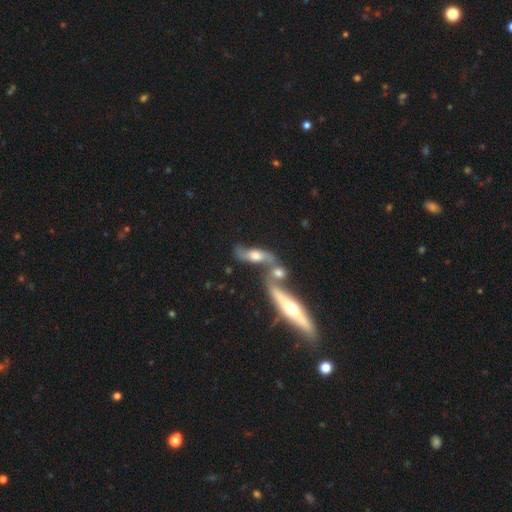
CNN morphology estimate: Smooth or featured? featured or disk (64%)
Edge-on disk? no (67%)
Merging? merger (52%)